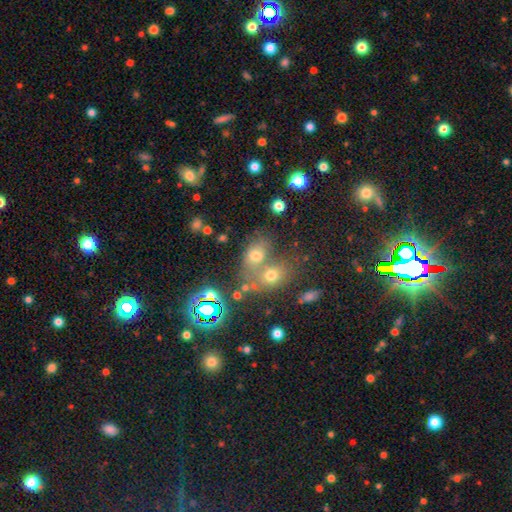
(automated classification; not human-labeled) A smooth galaxy with no disk features (64%) that is in between round and cigar-shaped (55%). Merging: merger (48%).